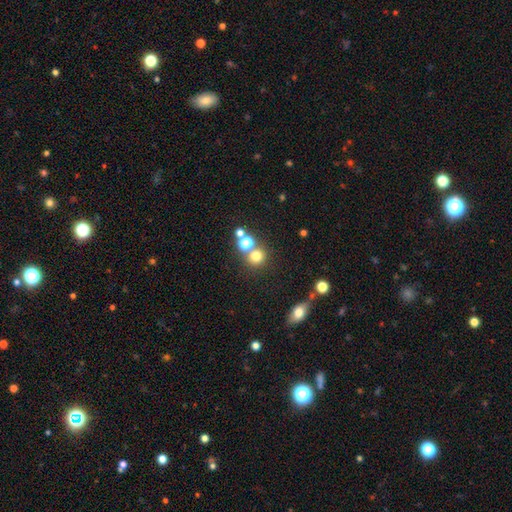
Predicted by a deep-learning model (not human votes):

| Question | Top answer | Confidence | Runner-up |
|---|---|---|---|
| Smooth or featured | smooth | 73% | star or artifact (18%) |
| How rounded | round | 88% | in between (11%) |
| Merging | none | 65% | merger (23%) |